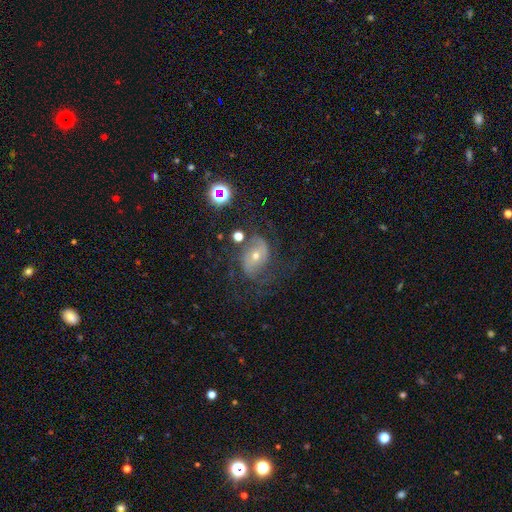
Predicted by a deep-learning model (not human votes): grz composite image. It shows a featured or disk galaxy (68%) with no bar (53%), 2 (60%) medium (44%) spiral arms (84%) and a small central bulge (50%). Merging: none (52%).